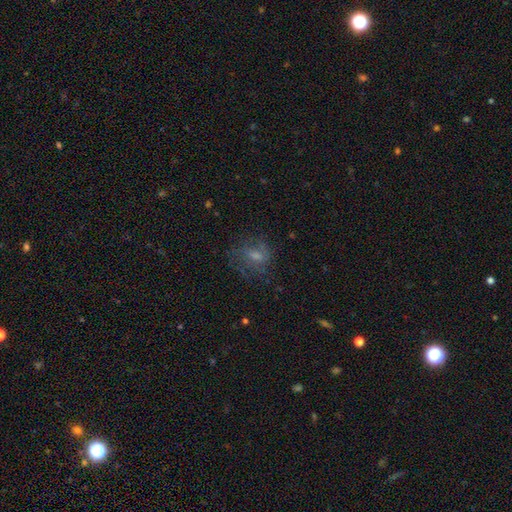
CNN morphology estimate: A smooth galaxy with no disk features (48%). Merging: none (55%).